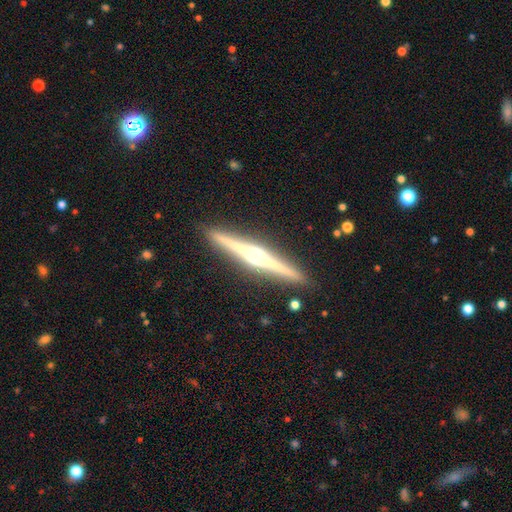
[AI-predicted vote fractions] This appears to be a featured or disk galaxy (85%) viewed edge-on (99%) with a rounded central bulge (93%). Merging: none (92%).